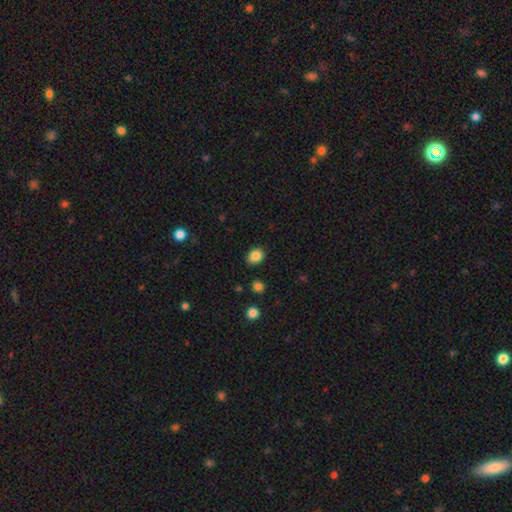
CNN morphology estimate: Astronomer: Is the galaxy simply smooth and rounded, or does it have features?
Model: smooth — 85%.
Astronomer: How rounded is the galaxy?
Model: in between — 53% (runner-up: round, 46%).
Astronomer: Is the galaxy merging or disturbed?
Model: none — 87%.